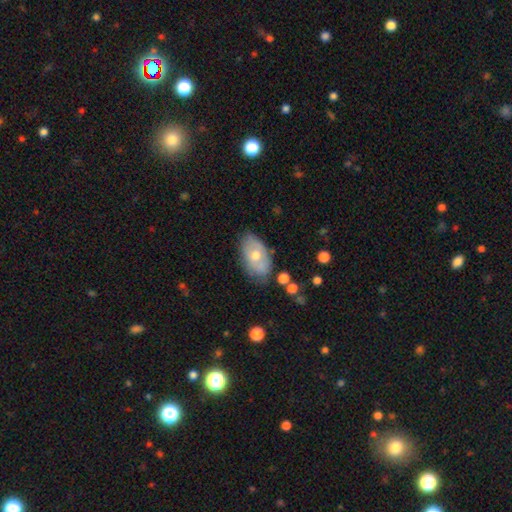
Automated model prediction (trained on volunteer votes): This appears to be a smooth galaxy with no disk features (55%) that is in between round and cigar-shaped (90%). Merging: none (68%).